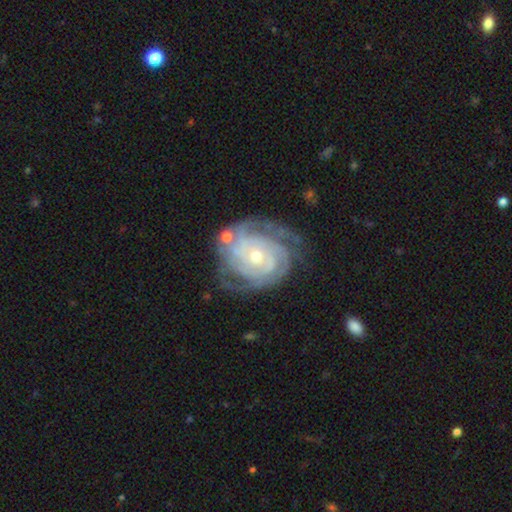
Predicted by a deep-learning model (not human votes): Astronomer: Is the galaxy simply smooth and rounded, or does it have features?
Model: featured or disk — 91%.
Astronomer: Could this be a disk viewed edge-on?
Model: no — 98%.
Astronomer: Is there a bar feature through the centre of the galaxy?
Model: no — 75%.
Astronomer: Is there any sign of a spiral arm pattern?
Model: yes — 98%.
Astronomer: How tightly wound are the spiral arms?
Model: tight — 76%.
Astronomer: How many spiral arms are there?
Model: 3 — 27% (runner-up: 4, 23%).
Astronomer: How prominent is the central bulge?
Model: small — 63%.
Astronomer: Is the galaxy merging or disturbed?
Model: none — 69%.